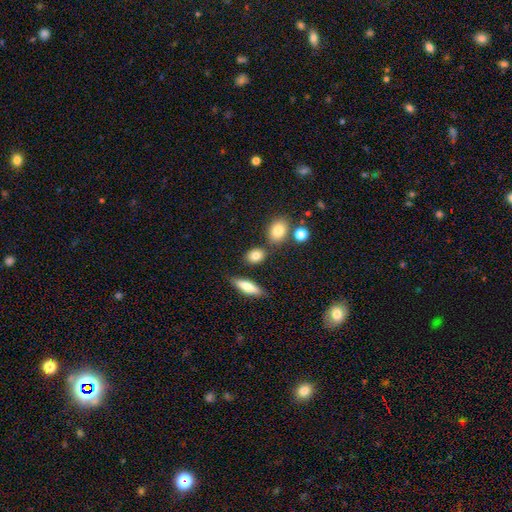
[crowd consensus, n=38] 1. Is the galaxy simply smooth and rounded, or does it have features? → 84% smooth, 8% featured or disk, 8% star or artifact.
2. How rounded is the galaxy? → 56% in between, 41% round, 3% cigar-shaped.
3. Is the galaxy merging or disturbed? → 80% none, 14% minor disturbance, 6% merger, 0% major disturbance.